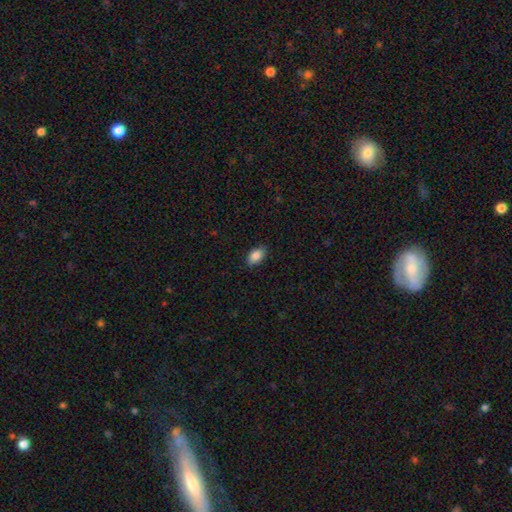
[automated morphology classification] A smooth galaxy with no disk features (87%) that is in between round and cigar-shaped (92%). Merging: none (86%).